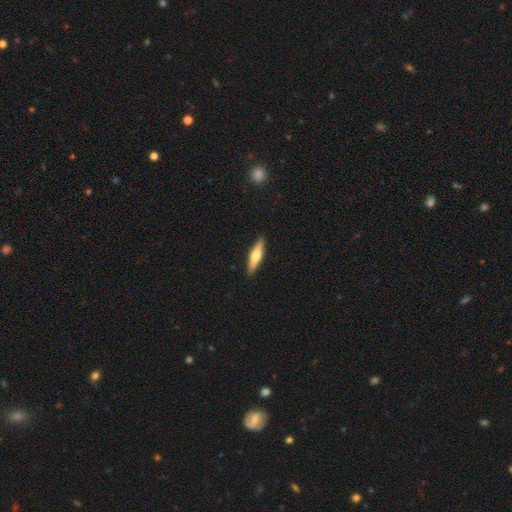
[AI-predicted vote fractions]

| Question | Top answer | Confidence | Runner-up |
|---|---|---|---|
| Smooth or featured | smooth | 54% | featured or disk (41%) |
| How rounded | cigar-shaped | 73% | in between (26%) |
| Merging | none | 91% | minor disturbance (7%) |